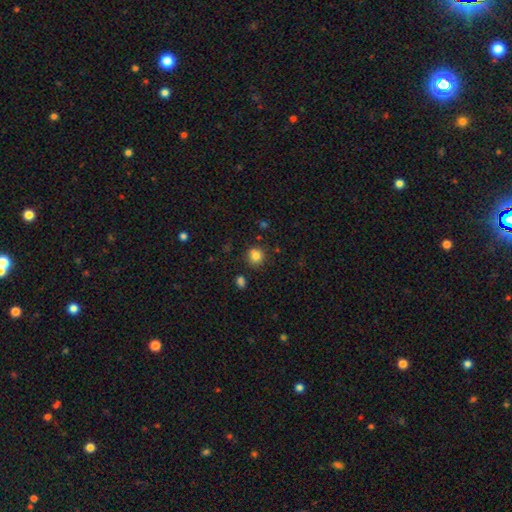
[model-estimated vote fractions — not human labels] Overall: smooth (83%). How rounded: round (88%). Merging: none (82%).